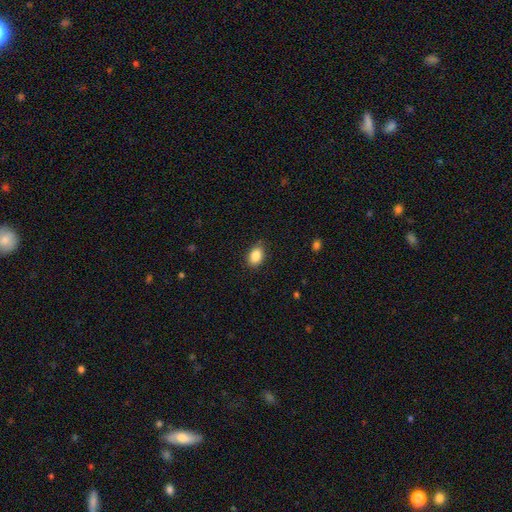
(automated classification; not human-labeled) A smooth galaxy with no disk features (87%) that is in between round and cigar-shaped (82%). Merging: none (85%).